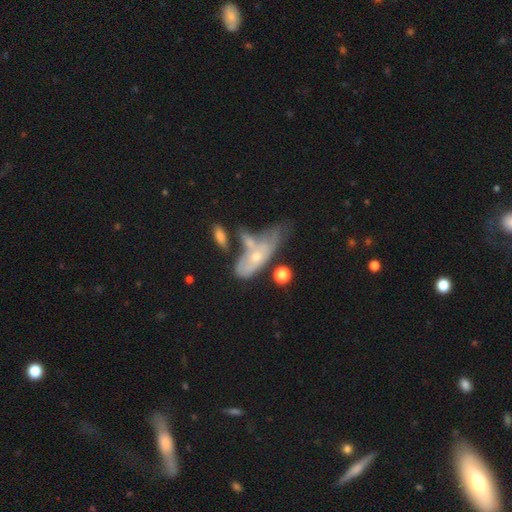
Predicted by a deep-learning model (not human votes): featured or disk 50%, smooth 43%, star or artifact 7%. Down the decision tree: edge-on disk — no (80%); merging — merger (32%).